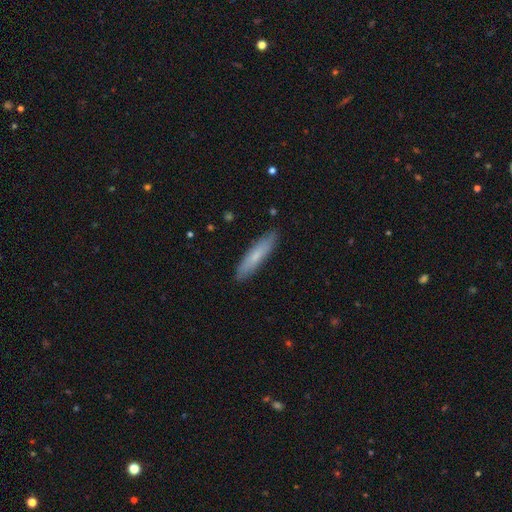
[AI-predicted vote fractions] smooth-or-featured: smooth: 70% | featured or disk: 24% | star or artifact: 6%
  how-rounded: cigar-shaped: 85% | in between: 13% | round: 1%
  merging: none: 88% | minor disturbance: 9% | major disturbance: 2% | merger: 1%